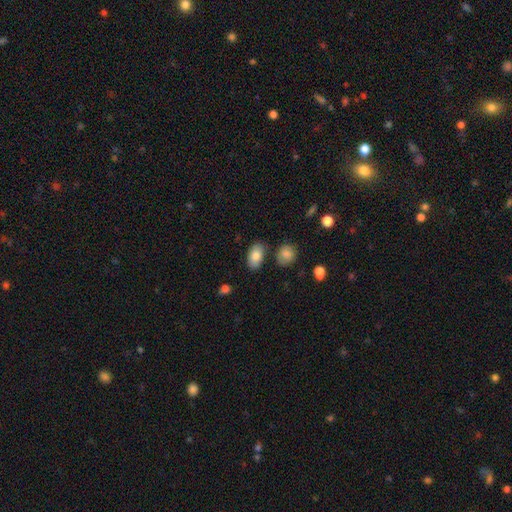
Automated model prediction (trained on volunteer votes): The model was most divided on "merging": none: 79%, minor disturbance: 12%, merger: 6%, major disturbance: 3%. More confident: how rounded — in between (93%); smooth or featured — smooth (82%).